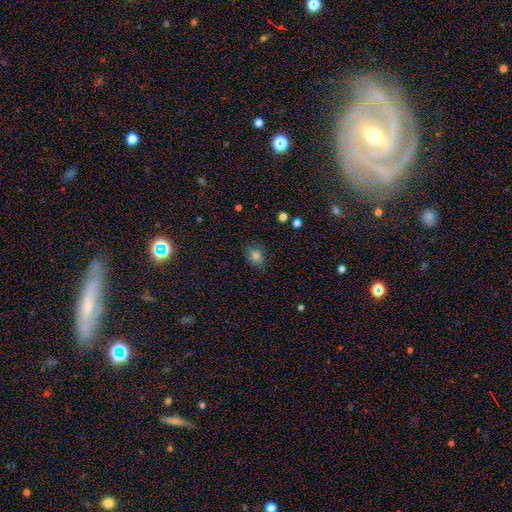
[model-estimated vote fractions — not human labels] Q: Smooth or featured?
A: smooth (80%); runner-up: star or artifact (14%)
Q: How rounded?
A: round (56%); runner-up: in between (43%)
Q: Merging?
A: none (80%); runner-up: minor disturbance (15%)